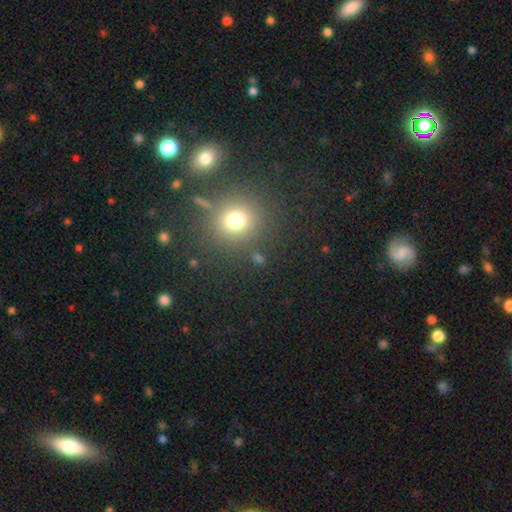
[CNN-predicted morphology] This appears to be a smooth galaxy with no disk features (66%) that is round (85%). Merging: none (81%).